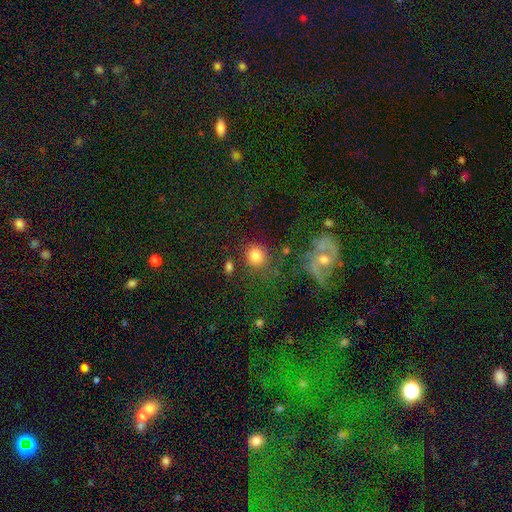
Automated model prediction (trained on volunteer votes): Overall: smooth (80%). How rounded: round (85%). Merging: none (73%).